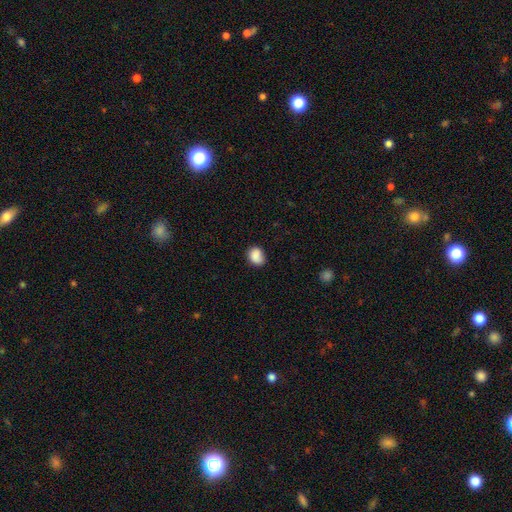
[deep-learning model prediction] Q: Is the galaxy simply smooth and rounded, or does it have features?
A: smooth — 87%.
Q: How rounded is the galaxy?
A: in between — 50%, tied with round.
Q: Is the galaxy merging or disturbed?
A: none — 72%.